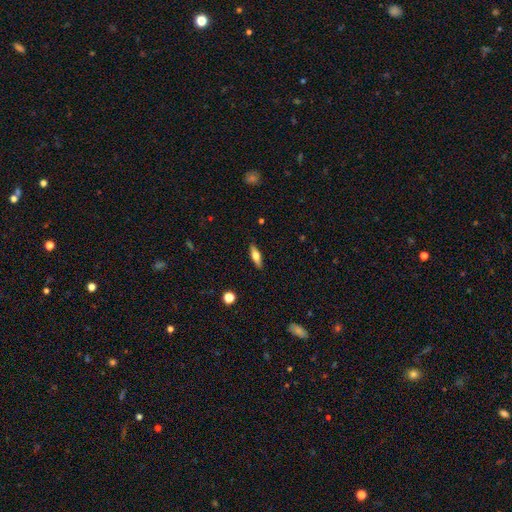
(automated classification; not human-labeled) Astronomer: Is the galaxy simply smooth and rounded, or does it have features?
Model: smooth — 58% (runner-up: featured or disk, 35%).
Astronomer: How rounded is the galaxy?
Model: in between — 52% (runner-up: cigar-shaped, 45%).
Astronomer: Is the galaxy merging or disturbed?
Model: none — 89%.